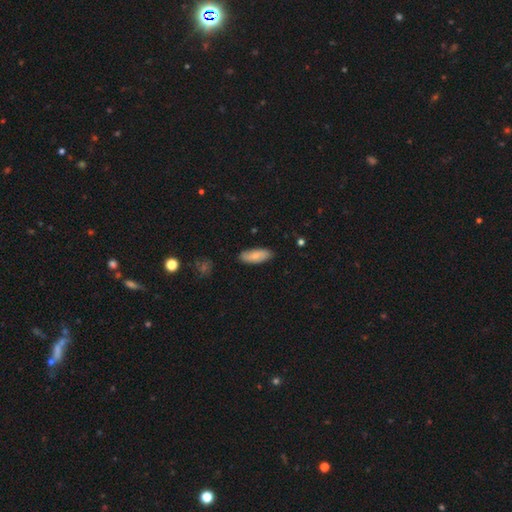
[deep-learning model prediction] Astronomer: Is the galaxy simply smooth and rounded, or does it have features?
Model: smooth — 71%.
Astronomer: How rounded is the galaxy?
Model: in between — 77%.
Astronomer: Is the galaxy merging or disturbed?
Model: none — 85%.